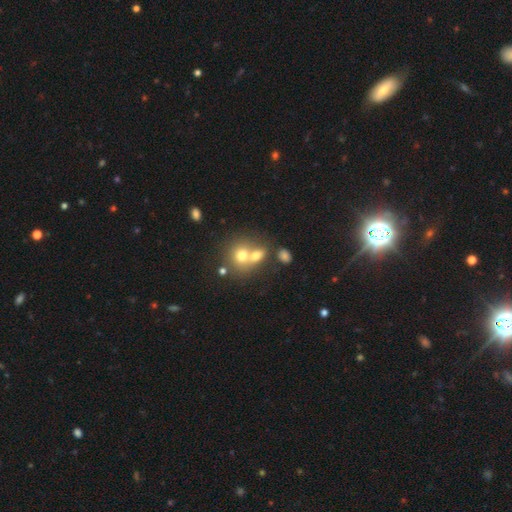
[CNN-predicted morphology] smooth 69%, featured or disk 19%, star or artifact 12%. Down the decision tree: how rounded — round (61%); merging — merger (59%).